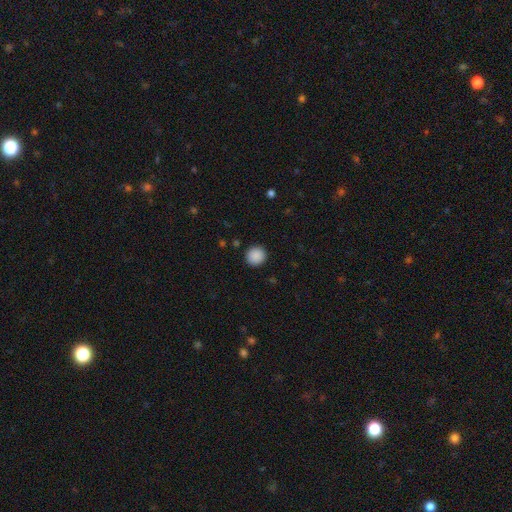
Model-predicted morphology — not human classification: type=smooth (89%); roundness=round (93%); merging=none (92%).